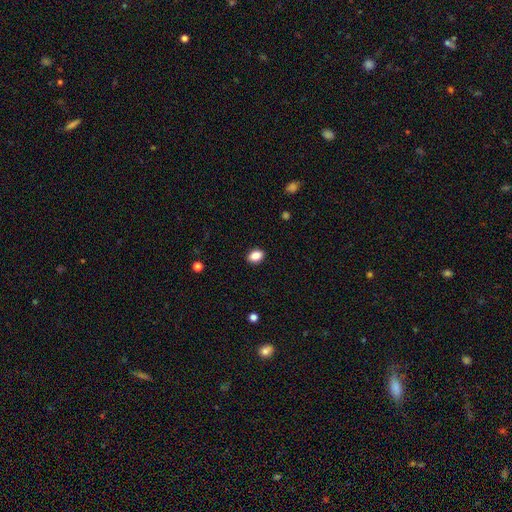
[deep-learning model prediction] A smooth galaxy with no disk features (86%) that is in between round and cigar-shaped (78%). Merging: none (90%).